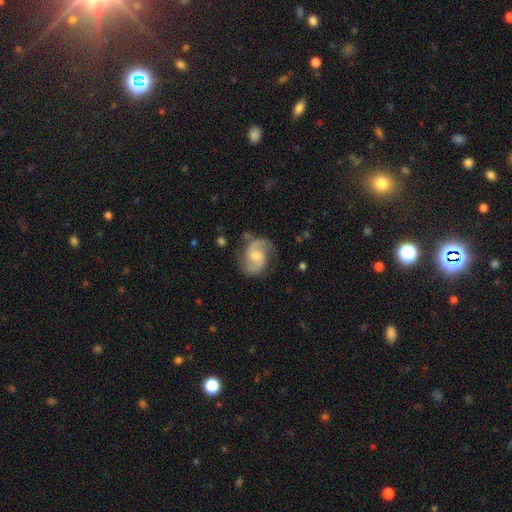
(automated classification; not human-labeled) smooth_or_featured: featured or disk (p=0.86) [alt: smooth p=0.09]
disk_edge_on: no (p=0.98) [alt: yes p=0.02]
bar: weak (p=0.46) [tied with: no p=0.46]
has_spiral_arms: yes (p=0.97) [alt: no p=0.03]
spiral_winding: medium (p=0.53) [alt: loose p=0.31]
spiral_arm_count: 2 (p=0.92) [alt: can't tell p=0.03]
bulge_size: moderate (p=0.56) [alt: small p=0.36]
merging: none (p=0.76) [alt: minor disturbance p=0.16]